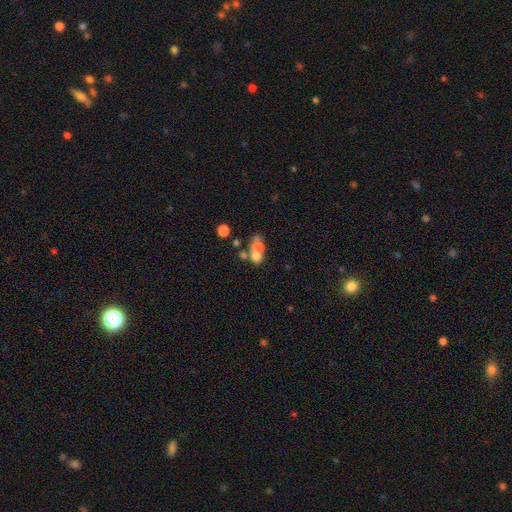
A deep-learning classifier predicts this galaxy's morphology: smooth_or_featured: smooth (p=0.59) [alt: featured or disk p=0.28]
how_rounded: in between (p=0.51) [alt: round p=0.47]
merging: merger (p=0.61) [alt: none p=0.25]